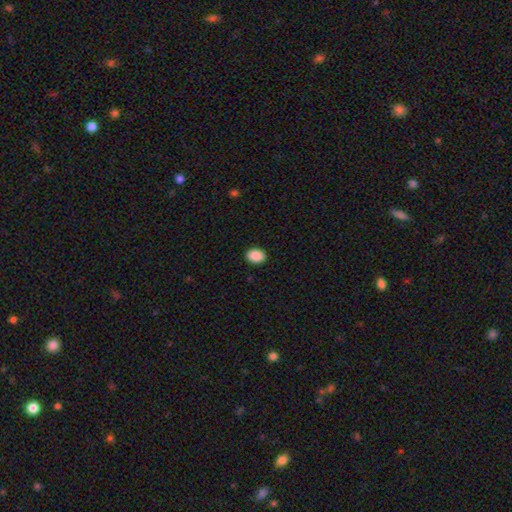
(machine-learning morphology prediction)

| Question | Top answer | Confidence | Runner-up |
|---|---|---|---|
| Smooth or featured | smooth | 90% | star or artifact (8%) |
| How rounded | in between | 68% | round (31%) |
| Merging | none | 91% | minor disturbance (6%) |